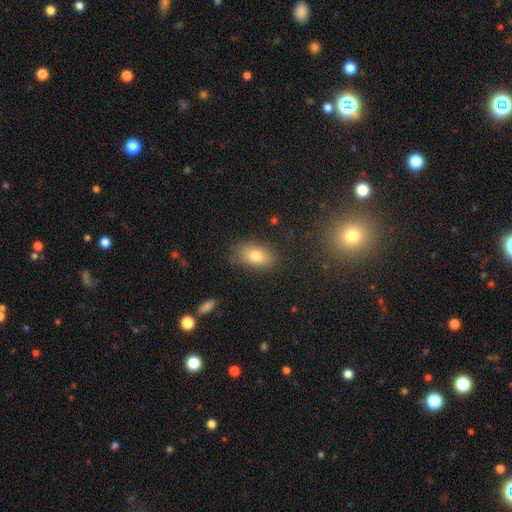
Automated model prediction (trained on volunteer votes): A smooth galaxy with no disk features (77%) that is in between round and cigar-shaped (88%). Merging: none (79%).